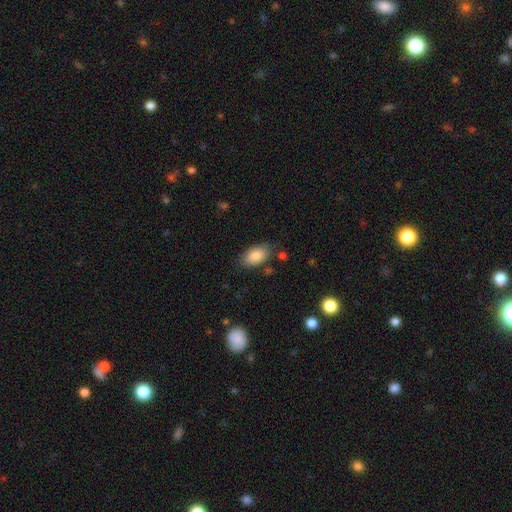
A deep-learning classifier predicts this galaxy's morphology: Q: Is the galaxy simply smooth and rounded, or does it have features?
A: smooth — 84%.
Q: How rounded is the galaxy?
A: in between — 93%.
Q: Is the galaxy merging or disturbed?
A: none — 78%.